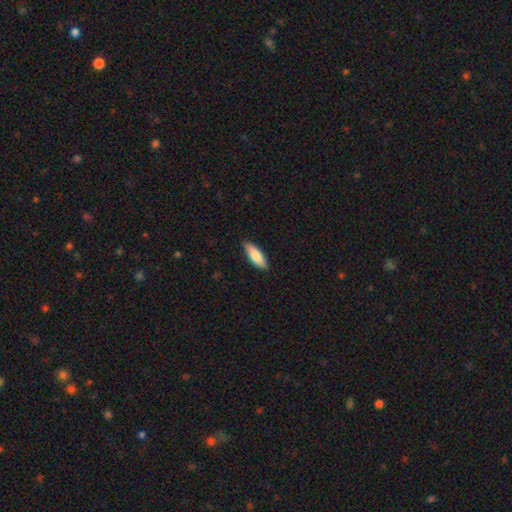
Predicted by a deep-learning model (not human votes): smooth_or_featured: smooth (p=0.80) [alt: featured or disk p=0.14]
how_rounded: in between (p=0.55) [alt: cigar-shaped p=0.43]
merging: none (p=0.88) [alt: minor disturbance p=0.09]